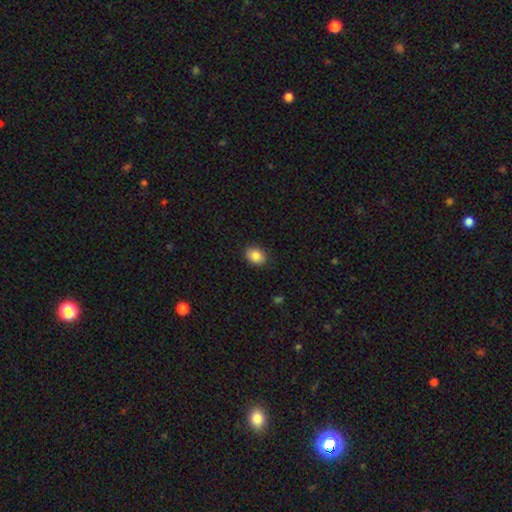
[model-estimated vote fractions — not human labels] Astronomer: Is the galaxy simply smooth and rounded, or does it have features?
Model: smooth — 87%.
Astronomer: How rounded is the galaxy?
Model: in between — 70%.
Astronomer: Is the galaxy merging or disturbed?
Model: none — 88%.